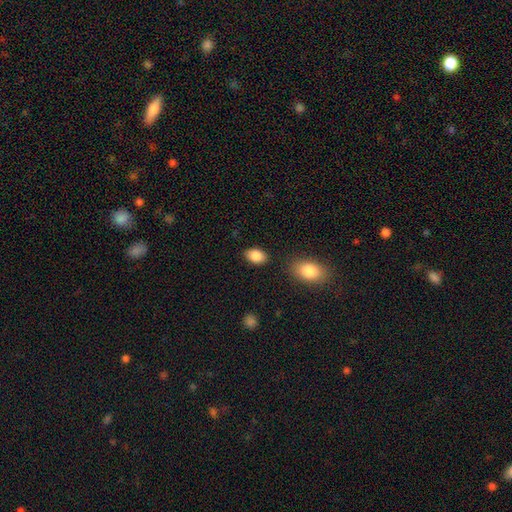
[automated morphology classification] Smooth or featured? Predicted: smooth (p=0.87). How rounded? Predicted: in between (p=0.84). Merging? Predicted: none (p=0.83).